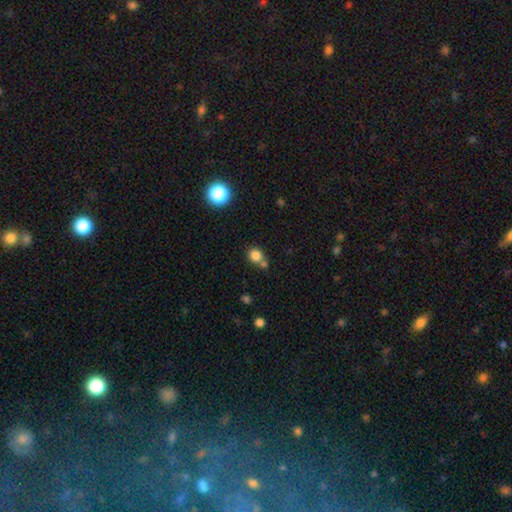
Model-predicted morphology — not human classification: smooth-or-featured: smooth: 81% | star or artifact: 12% | featured or disk: 7%
  how-rounded: round: 78% | in between: 21% | cigar-shaped: 1%
  merging: none: 54% | merger: 30% | minor disturbance: 11% | major disturbance: 4%